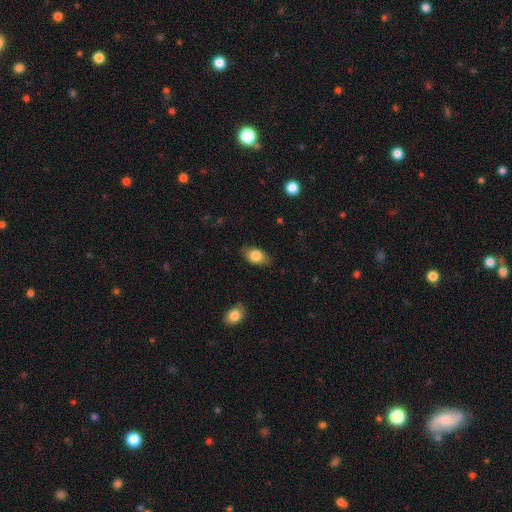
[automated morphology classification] smooth 81%, featured or disk 12%, star or artifact 7%. Down the decision tree: how rounded — in between (88%); merging — none (81%).